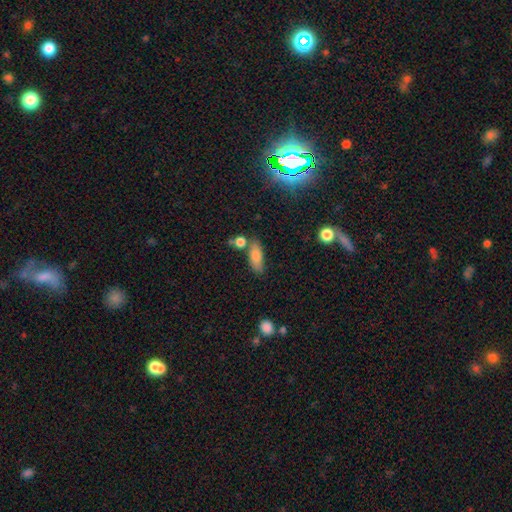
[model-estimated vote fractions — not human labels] Smooth or featured? smooth (79%)
How rounded? in between (67%)
Merging? none (66%)